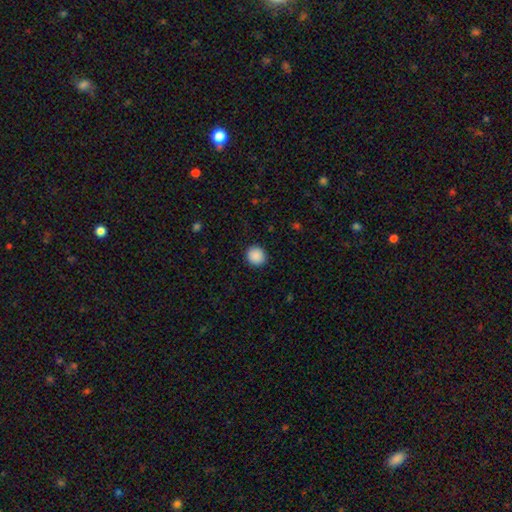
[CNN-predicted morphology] This appears to be a smooth galaxy with no disk features (89%) that is round (88%). Merging: none (91%).